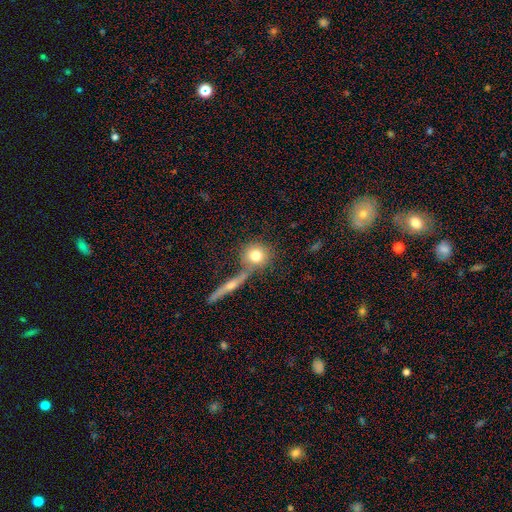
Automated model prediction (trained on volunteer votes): Overall: smooth (75%). How rounded: round (87%). Merging: none (60%; merger 25%).